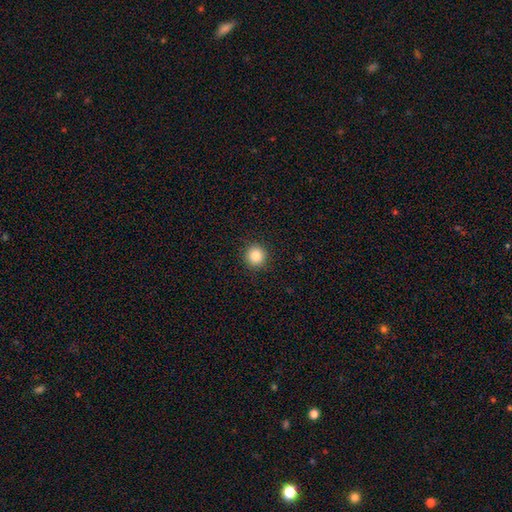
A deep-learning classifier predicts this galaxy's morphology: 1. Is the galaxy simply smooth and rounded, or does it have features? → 85% smooth, 11% star or artifact, 5% featured or disk.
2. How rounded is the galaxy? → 94% round, 5% in between, 1% cigar-shaped.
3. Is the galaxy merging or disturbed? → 92% none, 5% minor disturbance, 2% major disturbance, 1% merger.